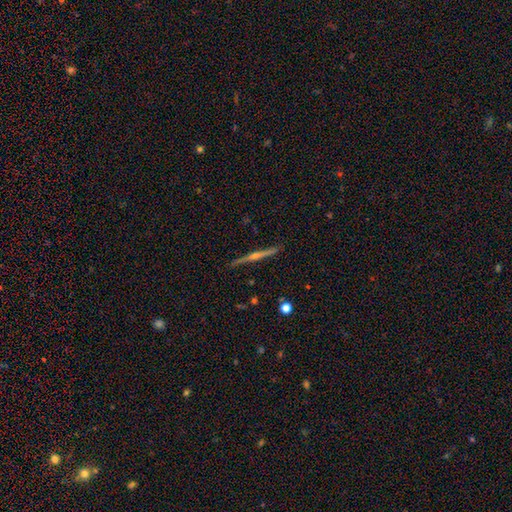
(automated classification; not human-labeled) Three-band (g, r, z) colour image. It shows a featured or disk galaxy (83%) viewed edge-on (99%) with a rounded central bulge (87%). Merging: none (91%).